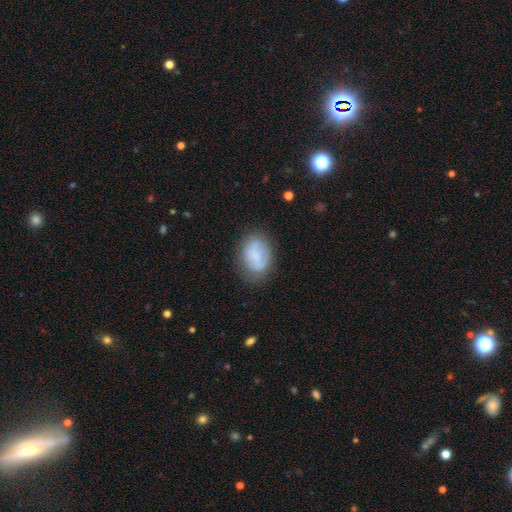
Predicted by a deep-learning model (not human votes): Smooth or featured? smooth (68%)
How rounded? in between (76%)
Merging? none (68%)